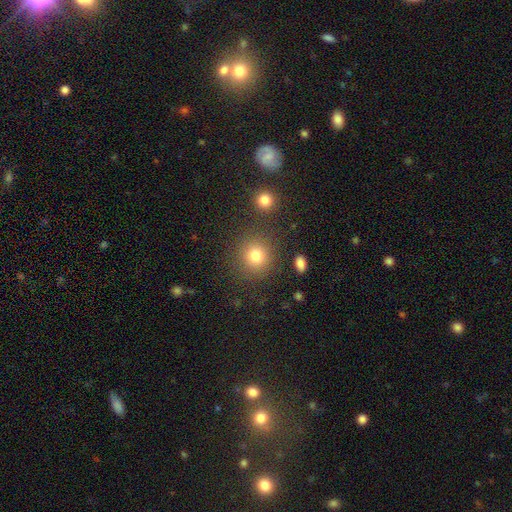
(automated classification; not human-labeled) Smooth or featured: smooth — 81% (star or artifact — 12%)
How rounded: round — 88% (in between — 11%)
Merging: none — 83% (minor disturbance — 8%)